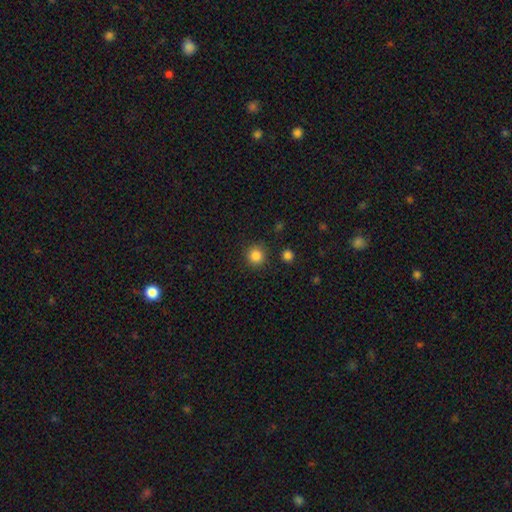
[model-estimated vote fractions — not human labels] smooth 85%, star or artifact 11%, featured or disk 4%. Down the decision tree: how rounded — round (93%); merging — none (89%).